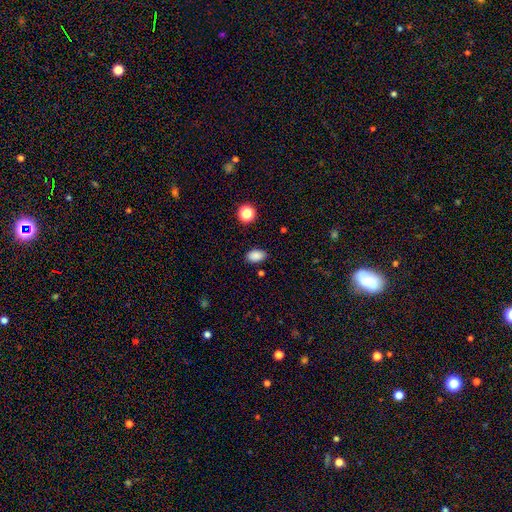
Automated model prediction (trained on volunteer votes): The model was most divided on "merging": none: 83%, minor disturbance: 12%, major disturbance: 3%, merger: 2%. More confident: how rounded — in between (88%); smooth or featured — smooth (86%).